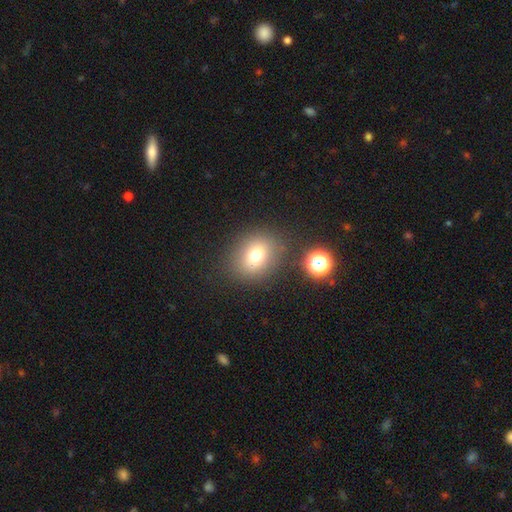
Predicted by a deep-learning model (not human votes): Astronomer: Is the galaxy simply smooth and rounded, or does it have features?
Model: smooth — 74%.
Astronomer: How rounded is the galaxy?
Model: round — 62% (runner-up: in between, 37%).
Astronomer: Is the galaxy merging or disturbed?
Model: none — 80%.